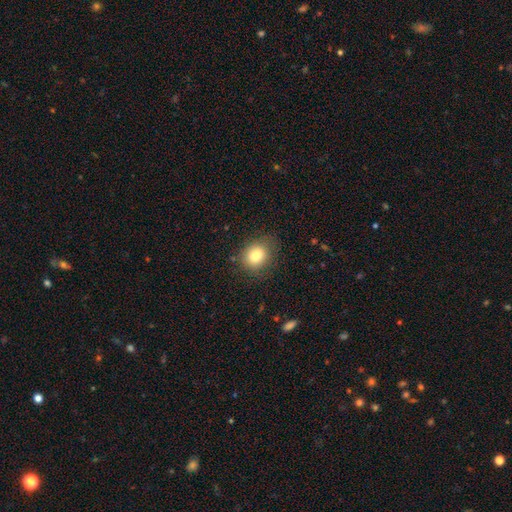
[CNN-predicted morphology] Q: Smooth or featured?
A: smooth (81%); runner-up: star or artifact (11%)
Q: How rounded?
A: round (63%); runner-up: in between (36%)
Q: Merging?
A: none (80%); runner-up: minor disturbance (14%)